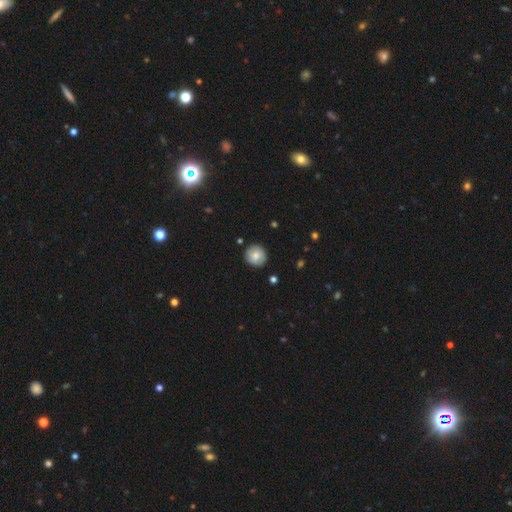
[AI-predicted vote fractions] smooth 69%, featured or disk 23%, star or artifact 8%. Down the decision tree: how rounded — round (89%); merging — none (86%).